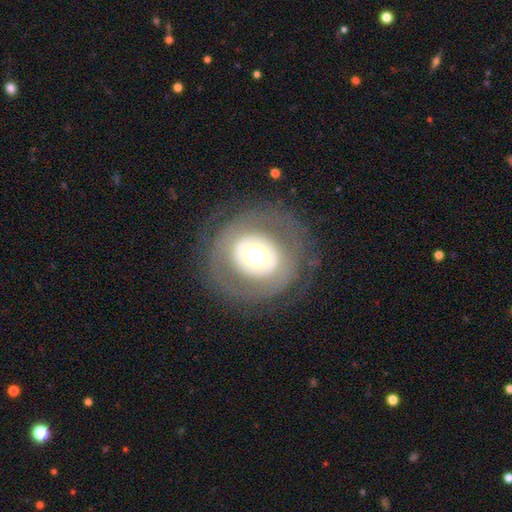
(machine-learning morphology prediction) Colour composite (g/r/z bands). It shows a featured or disk galaxy (53%) with no bar (80%), no spiral arms (82%) and a moderate central bulge (51%). Merging: none (80%).